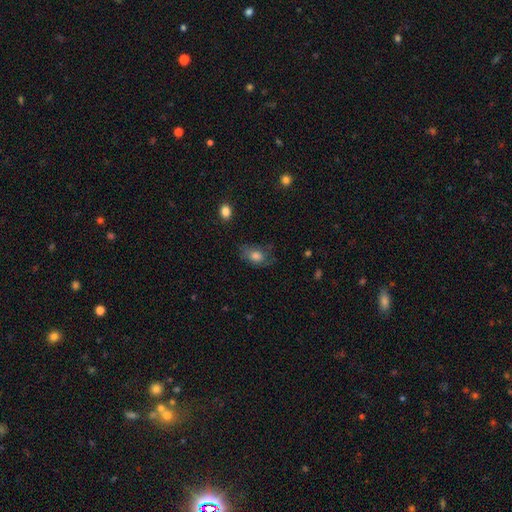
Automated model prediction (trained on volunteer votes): The model was most divided on "merging": none: 60%, minor disturbance: 25%, major disturbance: 13%, merger: 2%. More confident: how rounded — in between (80%); smooth or featured — smooth (68%).